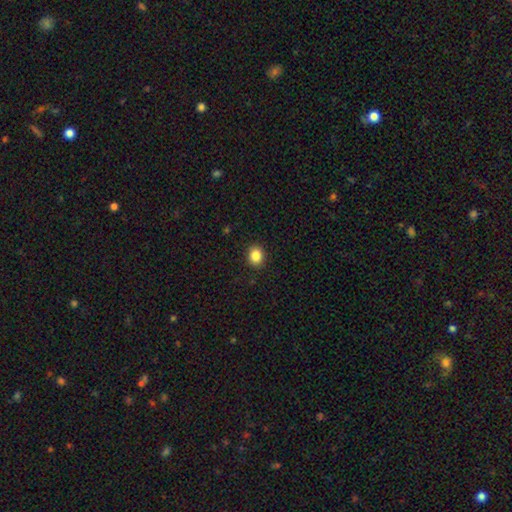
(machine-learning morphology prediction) Overall: smooth (86%). How rounded: round (60%; in between 39%). Merging: none (91%).